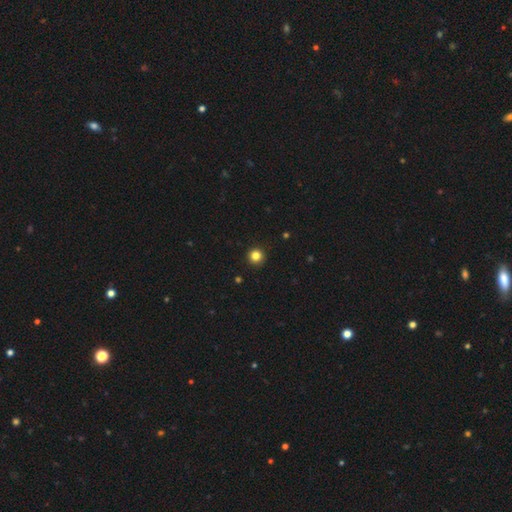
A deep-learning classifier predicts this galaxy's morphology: type=smooth (83%); roundness=round (96%); merging=none (94%).